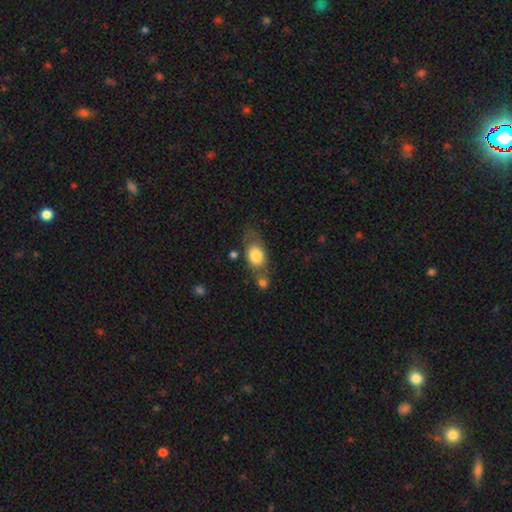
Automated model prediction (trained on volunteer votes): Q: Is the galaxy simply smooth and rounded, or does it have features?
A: smooth — 75%.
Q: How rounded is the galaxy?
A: in between — 72%.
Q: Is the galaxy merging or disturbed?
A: none — 52%.